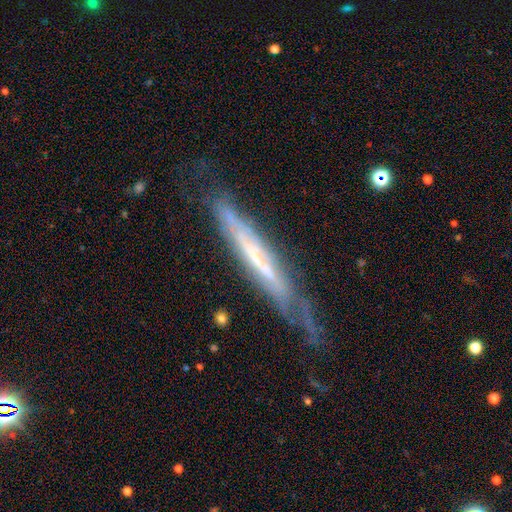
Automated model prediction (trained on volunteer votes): Overall: featured or disk (71%). Edge-on disk: yes (74%). Edge-on bulge: none (71%). Merging: none (60%; minor disturbance 27%).